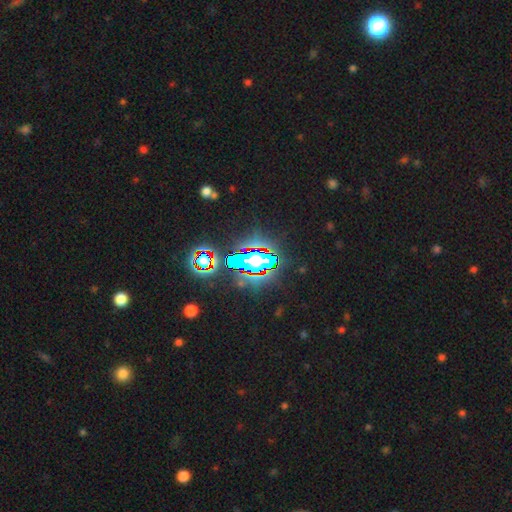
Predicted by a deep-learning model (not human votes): Smooth or featured? Predicted: star or artifact (p=0.82).